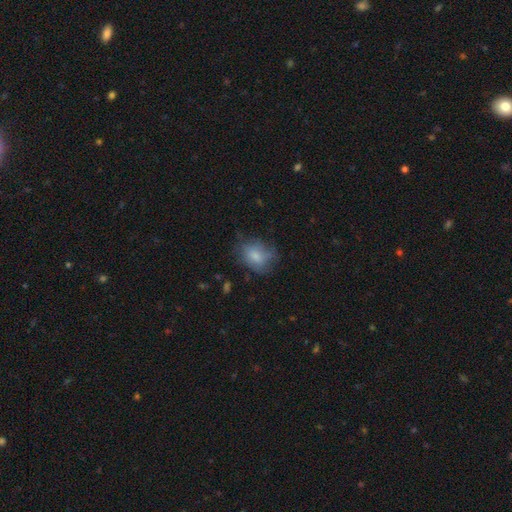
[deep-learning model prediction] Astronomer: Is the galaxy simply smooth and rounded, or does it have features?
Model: smooth — 71%.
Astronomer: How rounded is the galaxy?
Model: in between — 60% (runner-up: round, 39%).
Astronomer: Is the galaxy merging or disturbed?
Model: none — 56%.